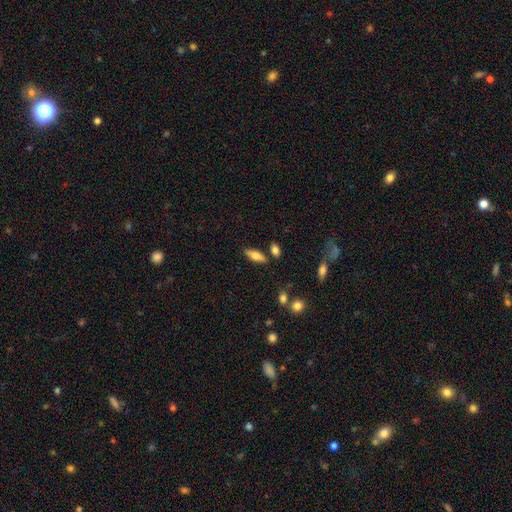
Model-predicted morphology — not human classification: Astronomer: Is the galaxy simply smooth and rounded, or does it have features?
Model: smooth — 70%.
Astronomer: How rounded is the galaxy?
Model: in between — 69%.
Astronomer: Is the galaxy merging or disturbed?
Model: none — 80%.